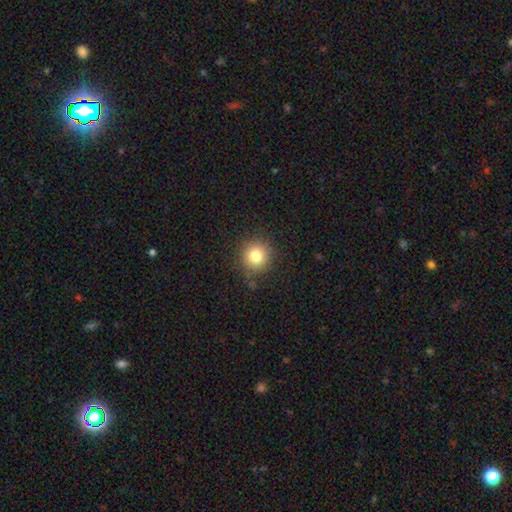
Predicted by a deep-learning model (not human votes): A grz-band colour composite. It shows a smooth galaxy with no disk features (80%) that is round (93%). Merging: none (85%).